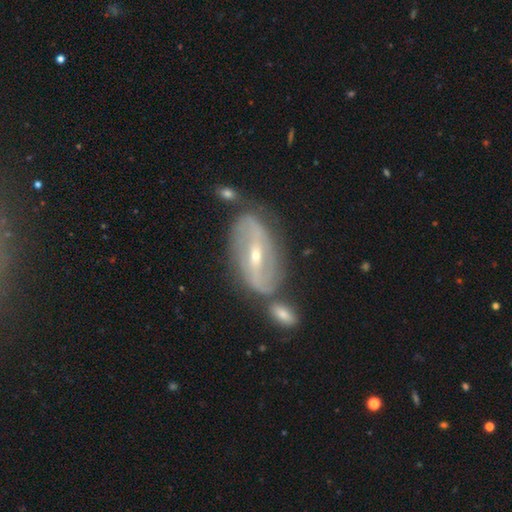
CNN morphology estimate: Smooth or featured?
  - featured or disk: 84% *
  - smooth: 9%
  - star or artifact: 8%
Edge-on disk?
  - no: 93% *
  - yes: 7%
Bar?
  - strong: 40% *
  - weak: 38%
  - no: 22%
Spiral arms?
  - yes: 91% *
  - no: 9%
Spiral winding?
  - medium: 41% *
  - tight: 31%
  - loose: 28%
Spiral arm count?
  - 2: 86% *
  - can't tell: 7%
  - 3: 2%
  - 1: 2%
  - 4: 1%
  - more than 4: 1%
Bulge size?
  - small: 54% *
  - moderate: 42%
  - large: 1%
  - none: 1%
  - dominant: 1%
Merging?
  - none: 60% *
  - merger: 19%
  - minor disturbance: 15%
  - major disturbance: 6%